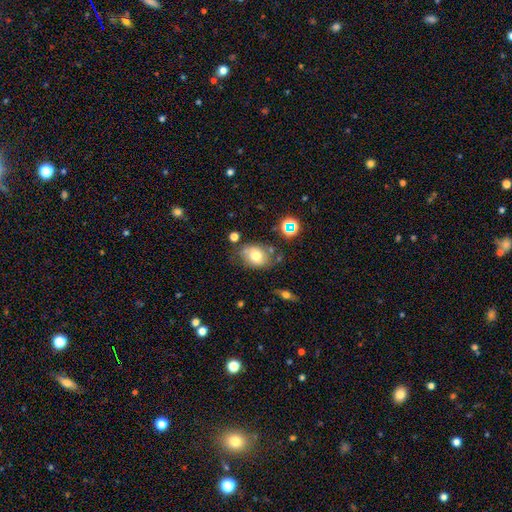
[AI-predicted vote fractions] A smooth galaxy with no disk features (68%) that is in between round and cigar-shaped (65%). Merging: none (64%).